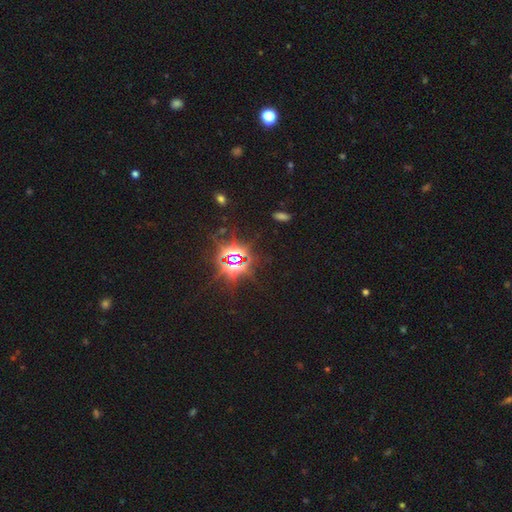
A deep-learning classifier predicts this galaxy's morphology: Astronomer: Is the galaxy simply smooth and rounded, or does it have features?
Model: star or artifact — 80%.